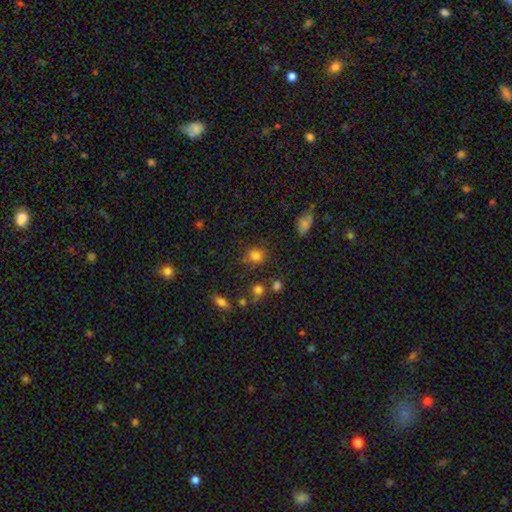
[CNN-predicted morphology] Smooth or featured? smooth (79%)
How rounded? round (79%)
Merging? none (74%)